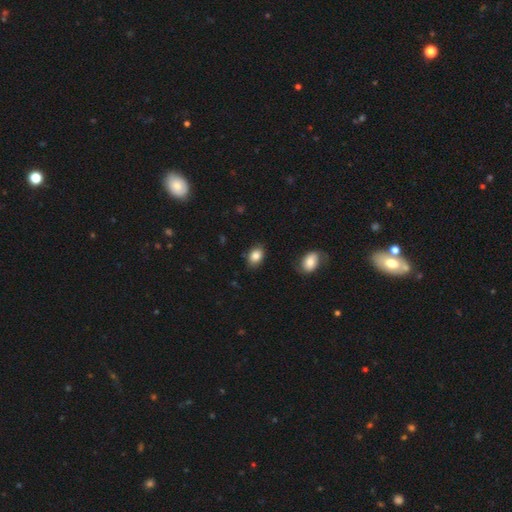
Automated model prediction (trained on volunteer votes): Smooth or featured: smooth — 85% (star or artifact — 8%)
How rounded: in between — 80% (round — 19%)
Merging: none — 82% (minor disturbance — 13%)